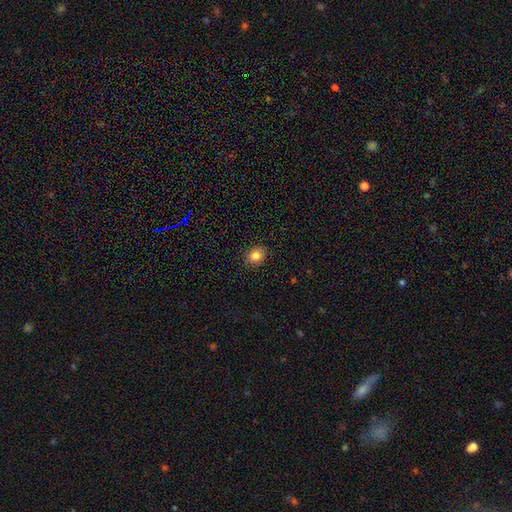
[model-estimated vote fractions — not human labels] smooth-or-featured: smooth: 82% | star or artifact: 11% | featured or disk: 7%
  how-rounded: round: 66% | in between: 33% | cigar-shaped: 1%
  merging: none: 89% | minor disturbance: 8% | major disturbance: 2% | merger: 1%